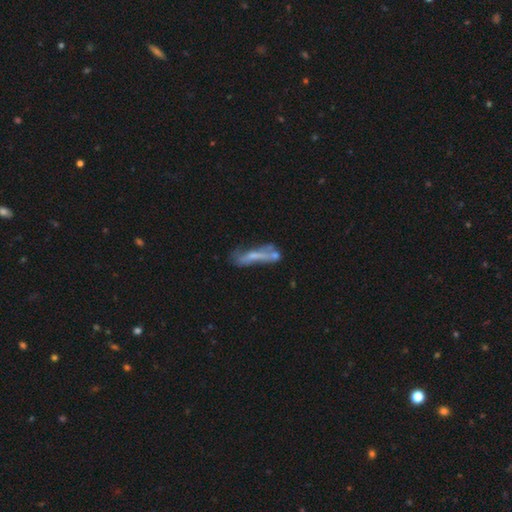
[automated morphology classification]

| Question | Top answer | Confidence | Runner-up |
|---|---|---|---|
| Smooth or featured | featured or disk | 48% | smooth (41%) |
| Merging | none | 32% | merger (25%) |